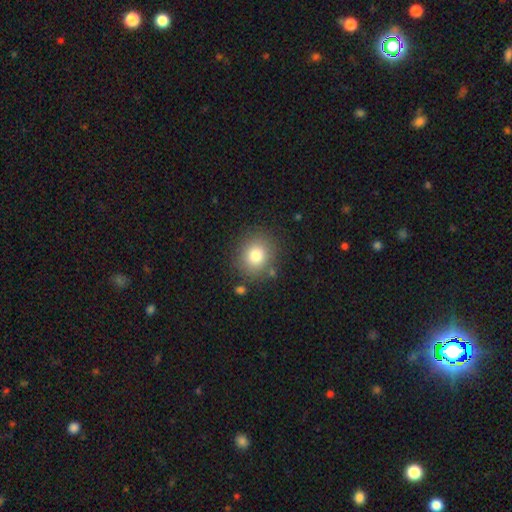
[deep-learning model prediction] This appears to be a smooth galaxy with no disk features (80%) that is round (82%). Merging: none (84%).